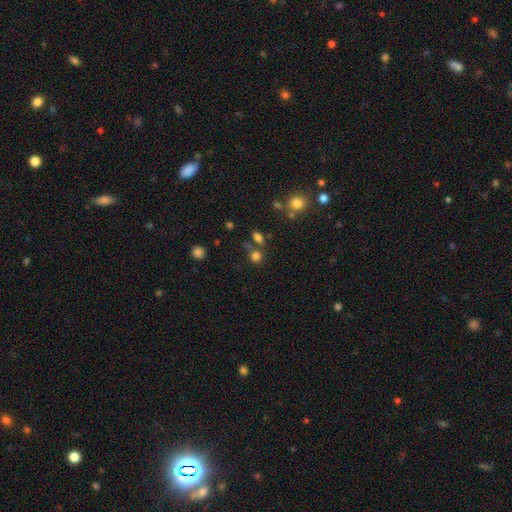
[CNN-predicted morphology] Smooth or featured? Predicted: smooth (p=0.77). How rounded? Predicted: round (p=0.76). Merging? Predicted: none (p=0.63).